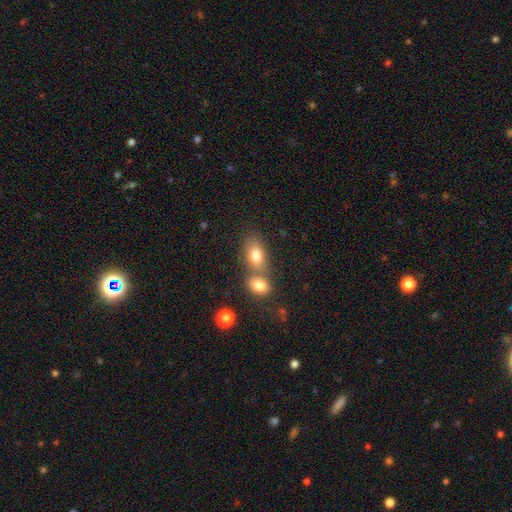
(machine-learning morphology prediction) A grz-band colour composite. It shows a smooth galaxy with no disk features (80%) that is in between round and cigar-shaped (82%). Merging: merger (49%).